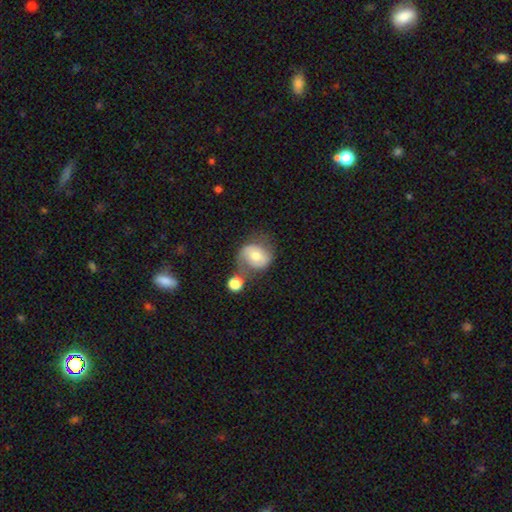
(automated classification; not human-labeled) Smooth or featured?
  - smooth: 47% *
  - featured or disk: 44%
  - star or artifact: 8%
Merging?
  - none: 41% *
  - minor disturbance: 24%
  - merger: 18%
  - major disturbance: 17%